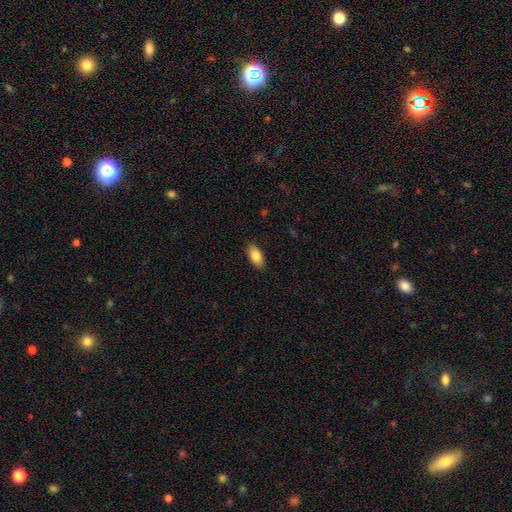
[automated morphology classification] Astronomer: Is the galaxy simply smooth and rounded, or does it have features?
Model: smooth — 83%.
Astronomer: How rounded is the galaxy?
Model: in between — 91%.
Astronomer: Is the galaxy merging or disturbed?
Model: none — 87%.